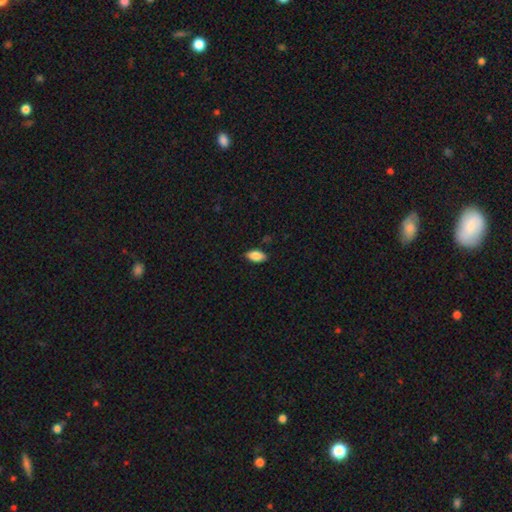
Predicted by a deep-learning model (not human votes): The model was most divided on "merging": none: 84%, minor disturbance: 13%, major disturbance: 2%, merger: 1%. More confident: how rounded — in between (91%); smooth or featured — smooth (85%).